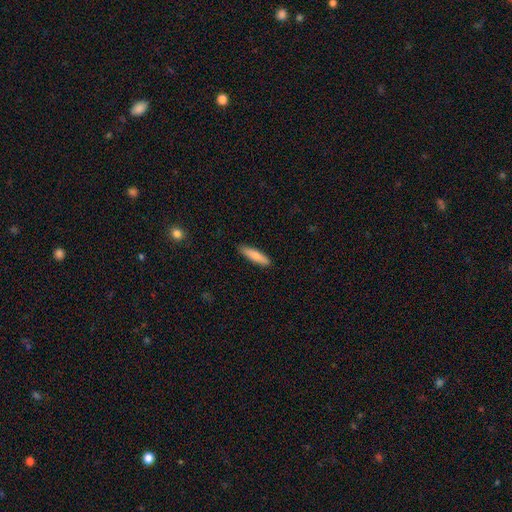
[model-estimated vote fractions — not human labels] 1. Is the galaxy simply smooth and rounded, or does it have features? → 79% smooth, 15% featured or disk, 6% star or artifact.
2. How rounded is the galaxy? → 76% cigar-shaped, 22% in between, 1% round.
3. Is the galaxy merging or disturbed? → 88% none, 9% minor disturbance, 2% major disturbance, 1% merger.